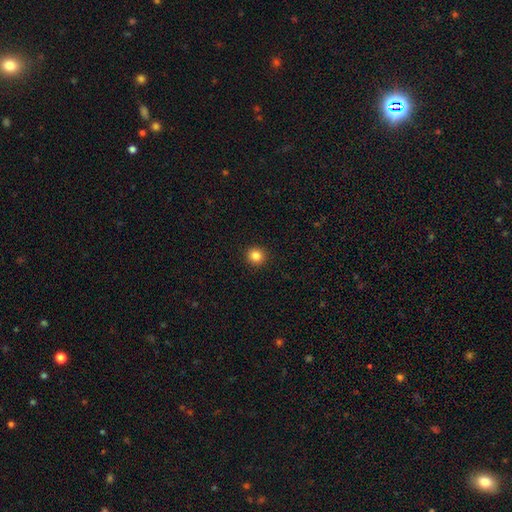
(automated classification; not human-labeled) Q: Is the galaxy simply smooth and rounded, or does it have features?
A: smooth — 85%.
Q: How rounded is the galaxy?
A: round — 94%.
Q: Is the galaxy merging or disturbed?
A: none — 93%.